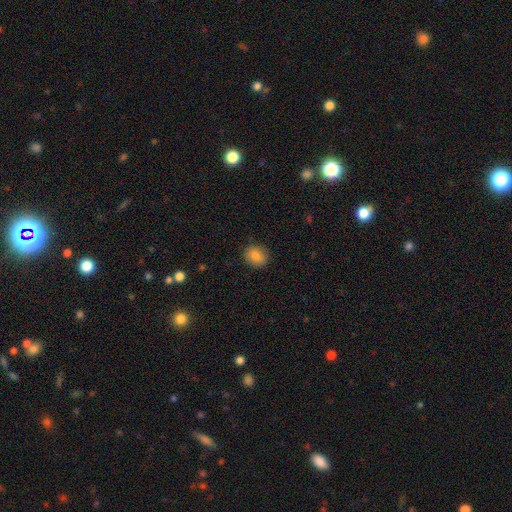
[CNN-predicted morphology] smooth 85%, star or artifact 9%, featured or disk 7%. Down the decision tree: how rounded — round (56%); merging — none (86%).